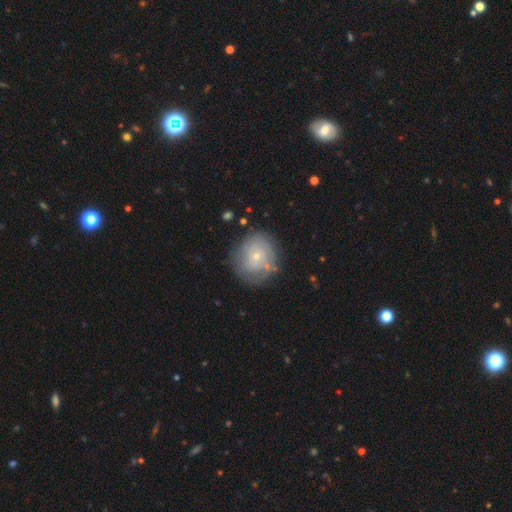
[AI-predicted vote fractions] Overall: featured or disk (56%; smooth 36%). Edge-on disk: no (97%). Bar: no (83%). Spiral arms: yes (71%). Bulge size: small (76%). Merging: none (70%).